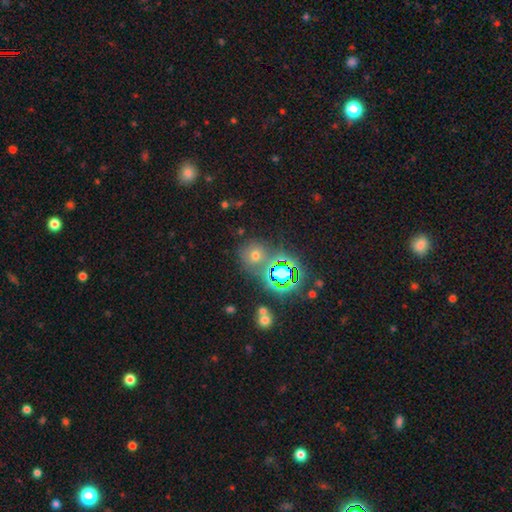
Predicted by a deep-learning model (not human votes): Morphology: type=smooth (54%); roundness=round (86%); merging=none (71%).